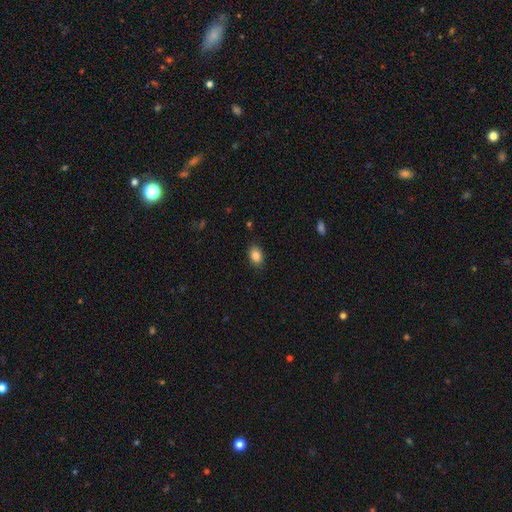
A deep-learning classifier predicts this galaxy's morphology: Q: Smooth or featured?
A: smooth (86%); runner-up: star or artifact (8%)
Q: How rounded?
A: in between (83%); runner-up: round (16%)
Q: Merging?
A: none (86%); runner-up: minor disturbance (10%)